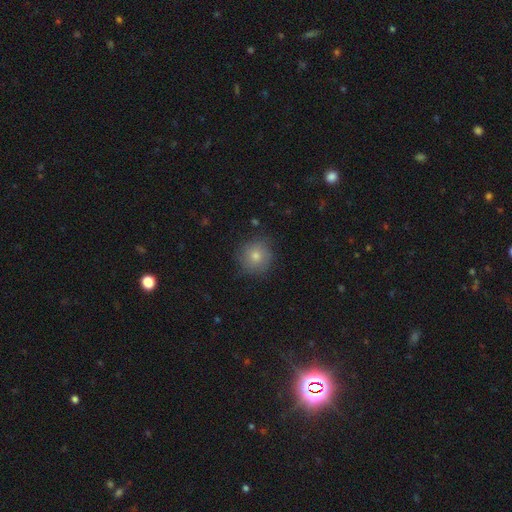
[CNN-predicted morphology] smooth_or_featured: smooth (p=0.68) [alt: star or artifact p=0.17]
how_rounded: round (p=0.93) [alt: in between p=0.06]
merging: none (p=0.85) [alt: minor disturbance p=0.11]